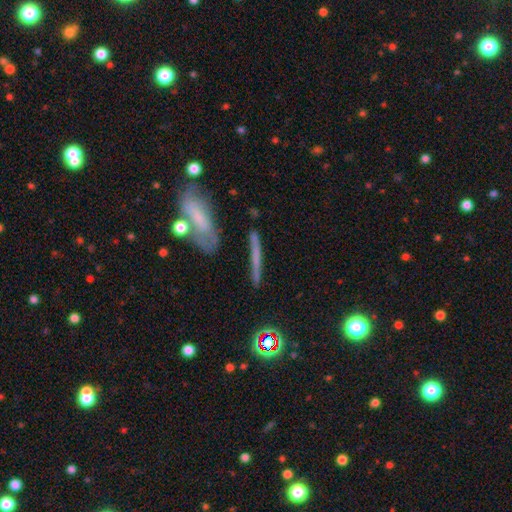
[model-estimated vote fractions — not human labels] Q: Smooth or featured?
A: smooth (45%); runner-up: featured or disk (40%)
Q: Merging?
A: none (75%); runner-up: minor disturbance (14%)